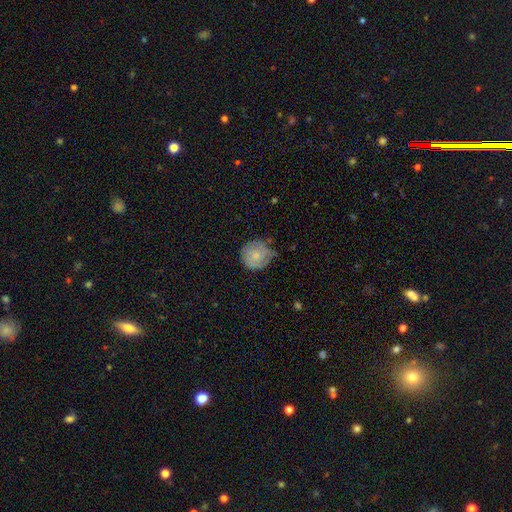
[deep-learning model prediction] A smooth galaxy with no disk features (69%) that is round (89%).

Vote fractions:
- Smooth or featured? smooth: 69% / featured or disk: 24% / star or artifact: 7%
- How rounded? round: 89% / in between: 10% / cigar-shaped: 1%
- Merging? none: 56% / minor disturbance: 33% / major disturbance: 8% / merger: 2%